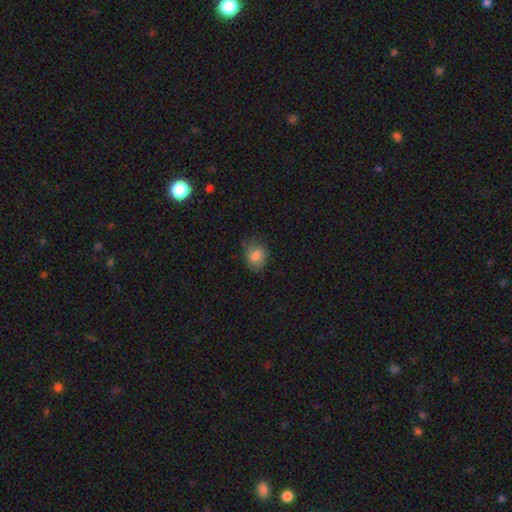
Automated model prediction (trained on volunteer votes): Smooth or featured? smooth (79%)
How rounded? in between (64%)
Merging? none (59%)